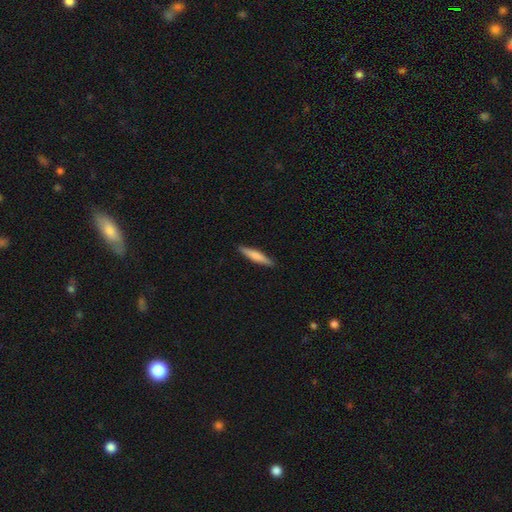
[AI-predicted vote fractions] This is likely a smooth galaxy (67%). How rounded: clearly cigar-shaped (90%). Merging: clearly none (91%).